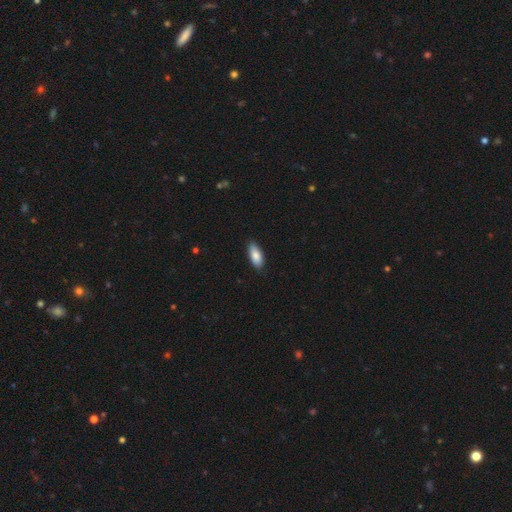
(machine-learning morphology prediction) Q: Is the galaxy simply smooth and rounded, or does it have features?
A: smooth — 85%.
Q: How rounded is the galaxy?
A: in between — 84%.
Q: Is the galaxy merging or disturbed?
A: none — 86%.